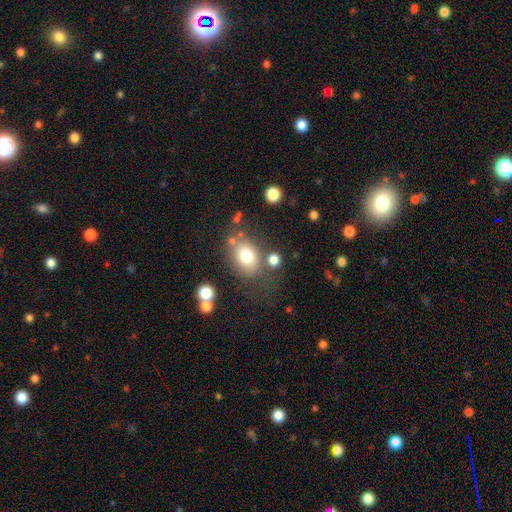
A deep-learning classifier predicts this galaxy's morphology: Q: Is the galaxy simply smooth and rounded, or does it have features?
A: smooth — 52%.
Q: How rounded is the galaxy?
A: in between — 55%.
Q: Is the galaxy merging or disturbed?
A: none — 68%.